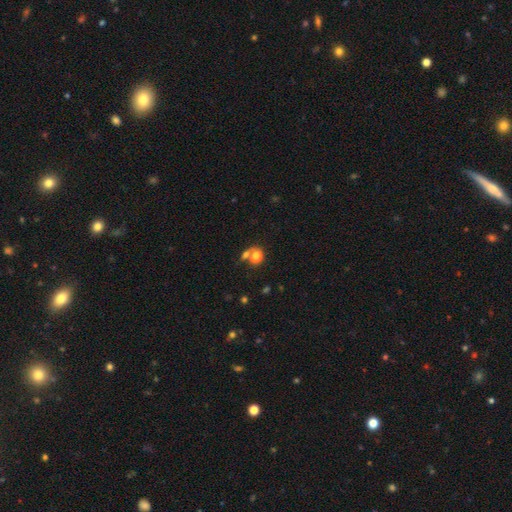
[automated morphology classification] A smooth galaxy with no disk features (64%) that is round (66%).

Vote fractions:
- Smooth or featured? smooth: 64% / featured or disk: 27% / star or artifact: 9%
- How rounded? round: 66% / in between: 33% / cigar-shaped: 1%
- Merging? merger: 47% / none: 33% / minor disturbance: 12% / major disturbance: 8%